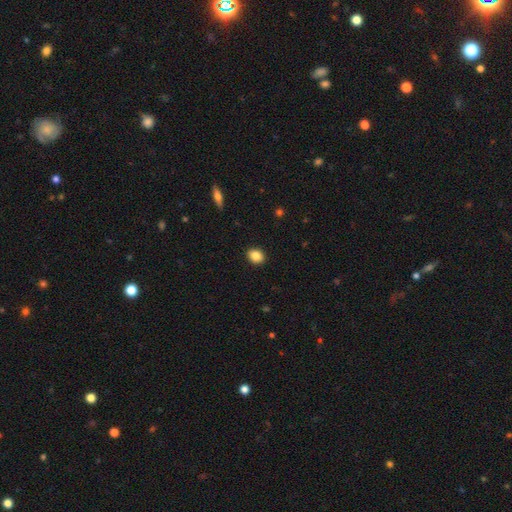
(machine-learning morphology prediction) Q: Smooth or featured?
A: smooth (86%); runner-up: star or artifact (9%)
Q: How rounded?
A: in between (51%); runner-up: round (48%)
Q: Merging?
A: none (91%); runner-up: minor disturbance (6%)